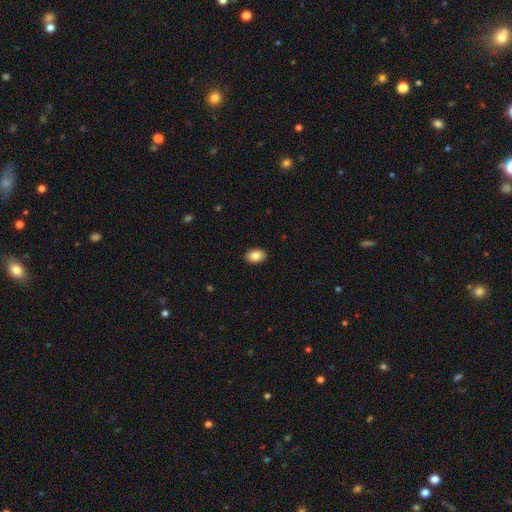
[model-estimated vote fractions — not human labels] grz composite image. It shows a smooth galaxy with no disk features (85%) that is in between round and cigar-shaped (82%). Merging: none (91%).